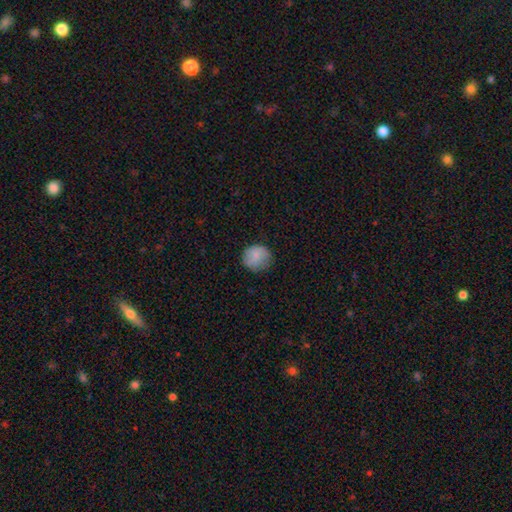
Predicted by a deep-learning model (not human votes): This appears to be a smooth galaxy with no disk features (84%) that is round (91%). Merging: none (80%).